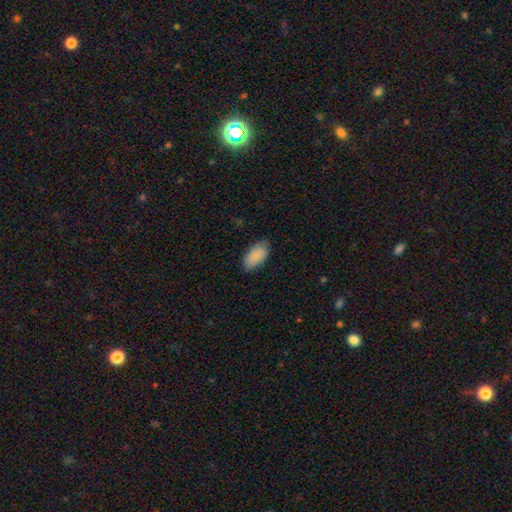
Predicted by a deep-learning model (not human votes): A smooth galaxy with no disk features (89%) that is in between round and cigar-shaped (94%). Merging: none (83%).